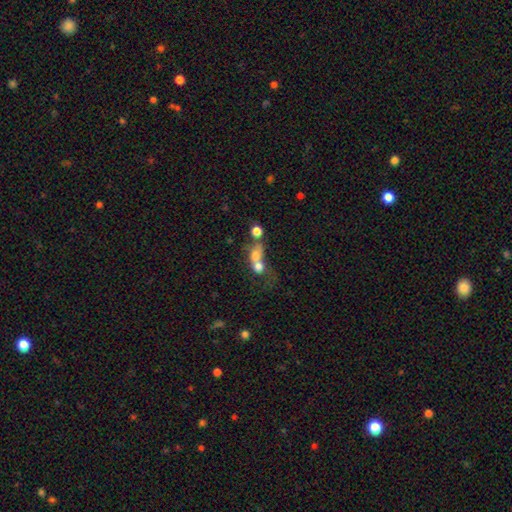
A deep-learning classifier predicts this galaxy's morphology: The model was most divided on "how rounded": round: 52%, in between: 43%, cigar-shaped: 4%. More confident: merging — merger (67%); smooth or featured — smooth (65%).